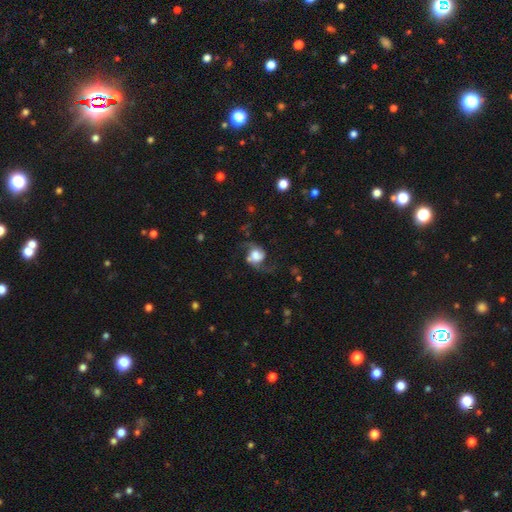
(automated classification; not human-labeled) Morphology: type=featured or disk (72%); edge-on=no (97%); bar=no (59%); spiral arms=yes (93%); winding=loose (70%); arm count=2 (91%); bulge=large (42%); merging=none (59%).